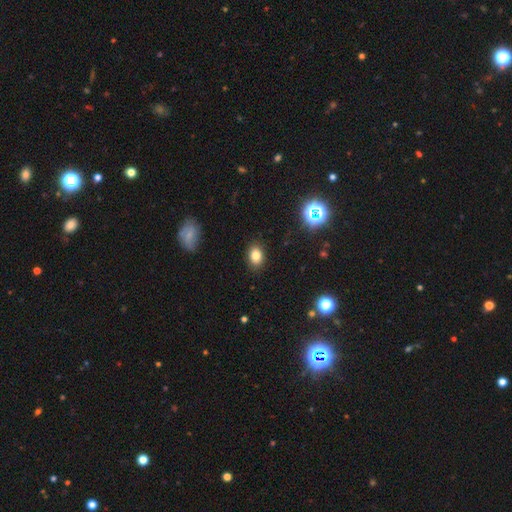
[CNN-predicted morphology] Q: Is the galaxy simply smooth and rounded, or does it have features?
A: smooth — 80%.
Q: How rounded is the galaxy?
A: in between — 72%.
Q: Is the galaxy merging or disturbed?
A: none — 87%.